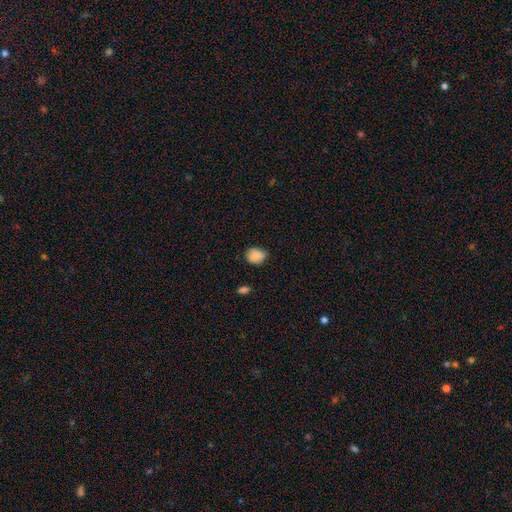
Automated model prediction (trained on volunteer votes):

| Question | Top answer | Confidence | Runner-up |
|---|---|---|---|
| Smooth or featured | smooth | 85% | star or artifact (8%) |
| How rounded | round | 58% | in between (41%) |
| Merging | none | 69% | minor disturbance (25%) |